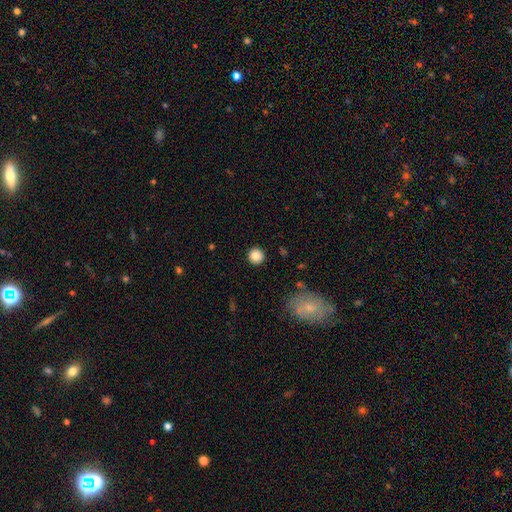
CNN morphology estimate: This appears to be a smooth galaxy with no disk features (87%) that is round (94%). Merging: none (90%).